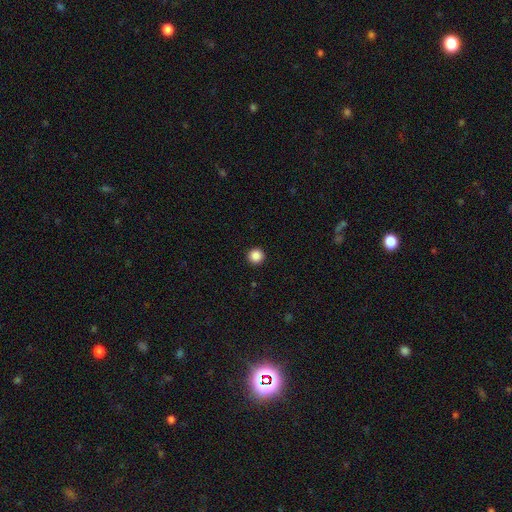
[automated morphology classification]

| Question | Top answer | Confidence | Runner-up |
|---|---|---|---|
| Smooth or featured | smooth | 87% | star or artifact (10%) |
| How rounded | round | 96% | in between (3%) |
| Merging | none | 94% | minor disturbance (4%) |